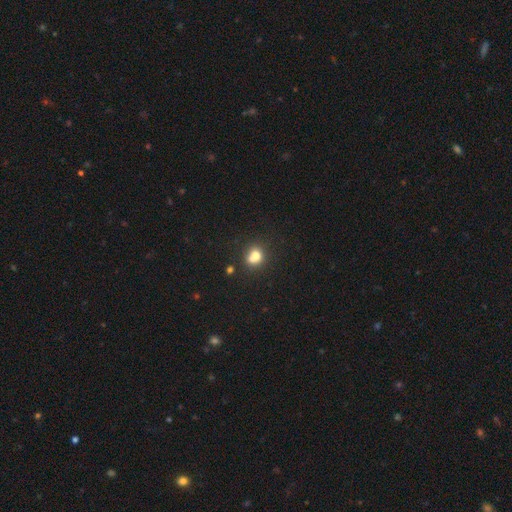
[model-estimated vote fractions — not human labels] A smooth galaxy with no disk features (72%) that is round (72%).

Vote fractions:
- Smooth or featured? smooth: 72% / featured or disk: 15% / star or artifact: 13%
- How rounded? round: 72% / in between: 27% / cigar-shaped: 1%
- Merging? merger: 42% (tied) / none: 42% (tied) / minor disturbance: 11% / major disturbance: 5%